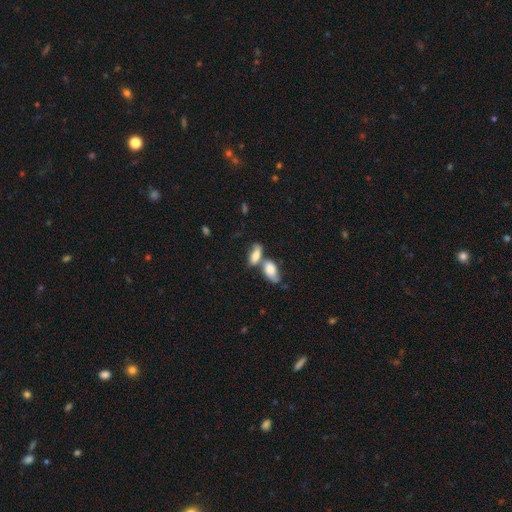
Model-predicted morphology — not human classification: The model was most divided on "merging": merger: 54%, none: 28%, minor disturbance: 11%, major disturbance: 7%. More confident: how rounded — in between (83%); smooth or featured — smooth (73%).